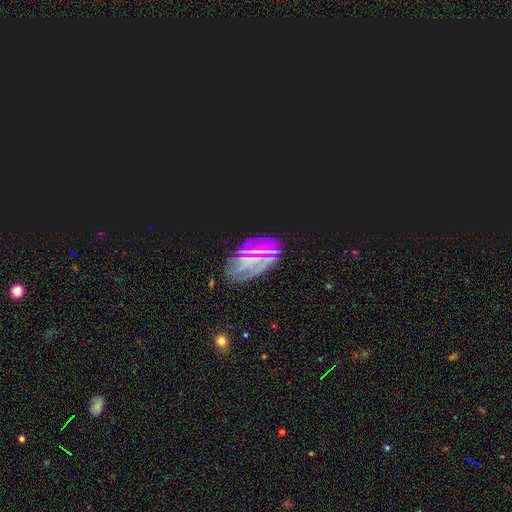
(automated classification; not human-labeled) This is possibly a star or artifact rather than a galaxy (47%).